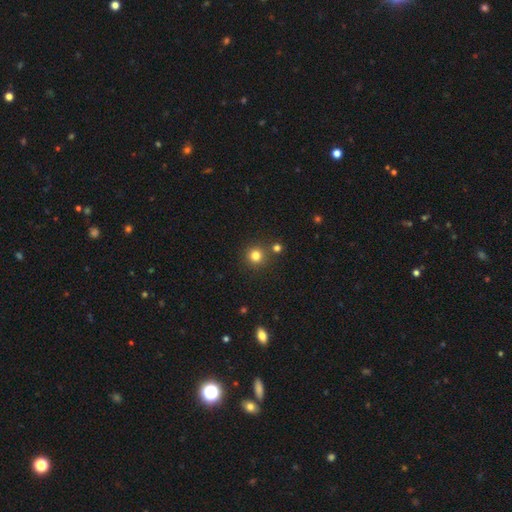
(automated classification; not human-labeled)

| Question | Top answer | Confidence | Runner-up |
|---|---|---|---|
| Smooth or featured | smooth | 80% | star or artifact (15%) |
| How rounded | round | 94% | in between (5%) |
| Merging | none | 81% | merger (9%) |